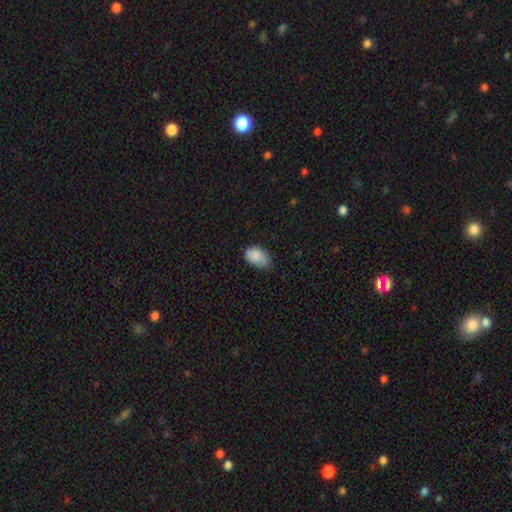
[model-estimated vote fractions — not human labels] Smooth or featured? smooth (86%)
How rounded? in between (87%)
Merging? none (57%)